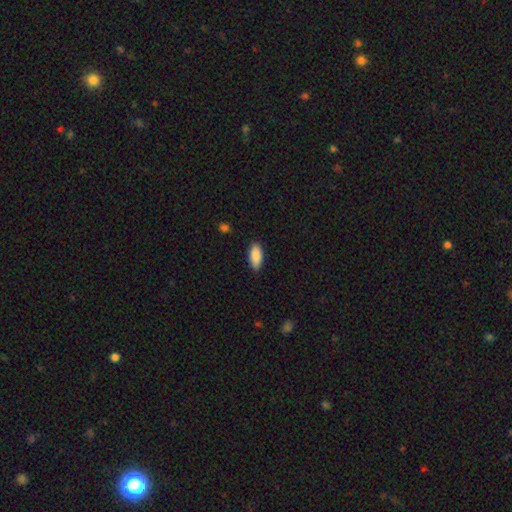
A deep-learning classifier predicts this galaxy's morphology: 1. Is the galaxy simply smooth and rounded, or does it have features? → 89% smooth, 6% star or artifact, 5% featured or disk.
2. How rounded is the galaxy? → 88% in between, 10% cigar-shaped, 2% round.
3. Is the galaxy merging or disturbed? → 86% none, 11% minor disturbance, 2% major disturbance, 1% merger.